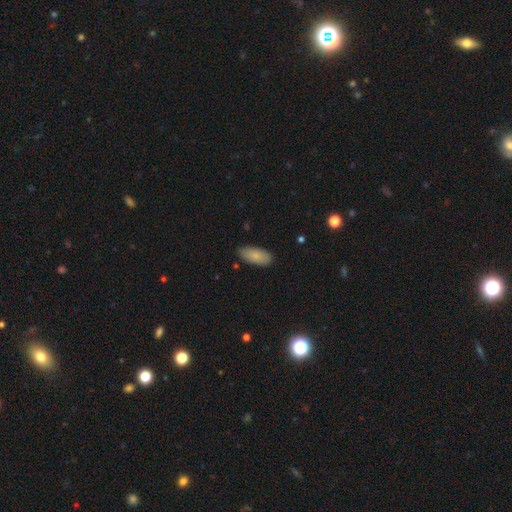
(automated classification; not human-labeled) Overall: smooth (82%). How rounded: in between (91%). Merging: none (83%).